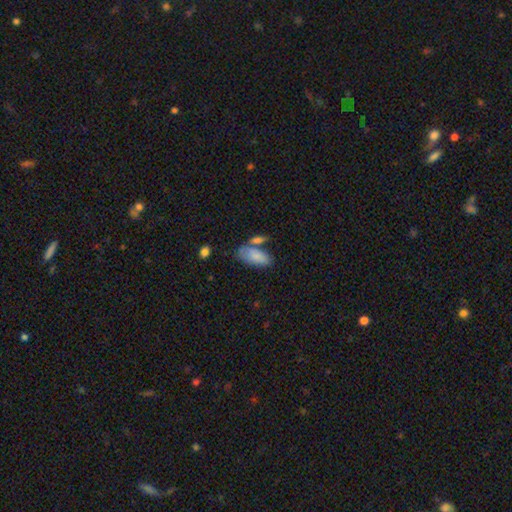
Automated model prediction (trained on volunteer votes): Overall: smooth (83%). How rounded: in between (90%). Merging: none (46%; merger 29%).